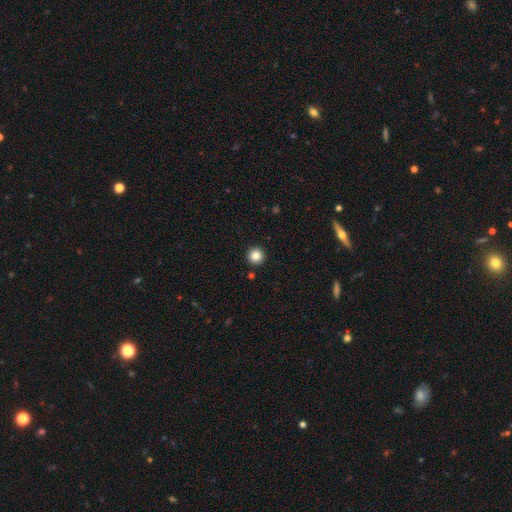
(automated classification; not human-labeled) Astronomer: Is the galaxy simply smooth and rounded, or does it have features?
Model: smooth — 86%.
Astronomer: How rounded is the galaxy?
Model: round — 96%.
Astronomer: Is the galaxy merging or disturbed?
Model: none — 93%.